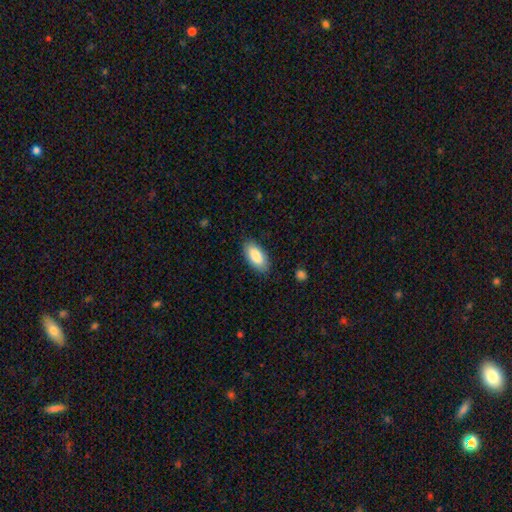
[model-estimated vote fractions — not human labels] Overall: smooth (86%). How rounded: in between (91%). Merging: none (86%).